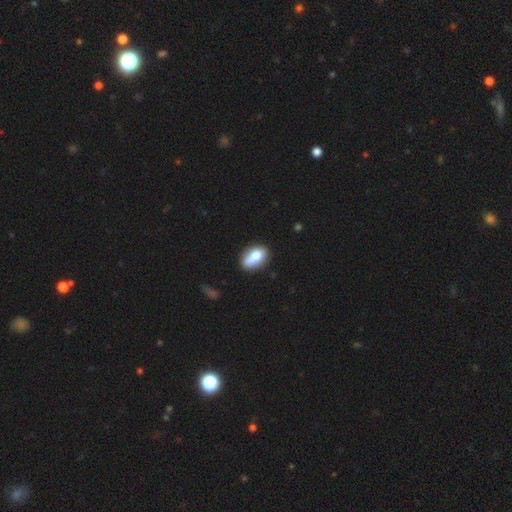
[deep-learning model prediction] A smooth galaxy with no disk features (74%) that is in between round and cigar-shaped (85%).

Vote fractions:
- Smooth or featured? smooth: 74% / featured or disk: 18% / star or artifact: 8%
- How rounded? in between: 85% / round: 10% / cigar-shaped: 5%
- Merging? none: 65% / minor disturbance: 22% / merger: 7% / major disturbance: 6%